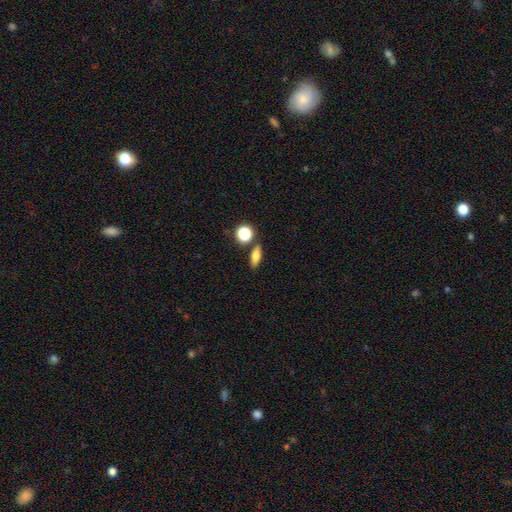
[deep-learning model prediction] Smooth or featured?
  - smooth: 75% *
  - featured or disk: 14%
  - star or artifact: 12%
How rounded?
  - in between: 60% *
  - cigar-shaped: 26%
  - round: 14%
Merging?
  - none: 81% *
  - minor disturbance: 9%
  - merger: 7%
  - major disturbance: 3%